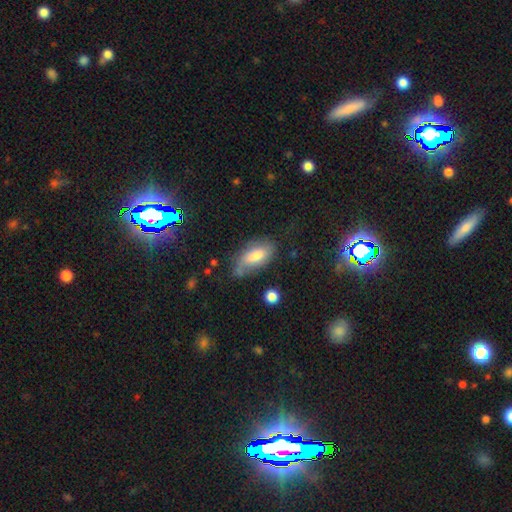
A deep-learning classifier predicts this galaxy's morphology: Overall: smooth (64%; featured or disk 25%). How rounded: in between (88%). Merging: none (54%; minor disturbance 30%).